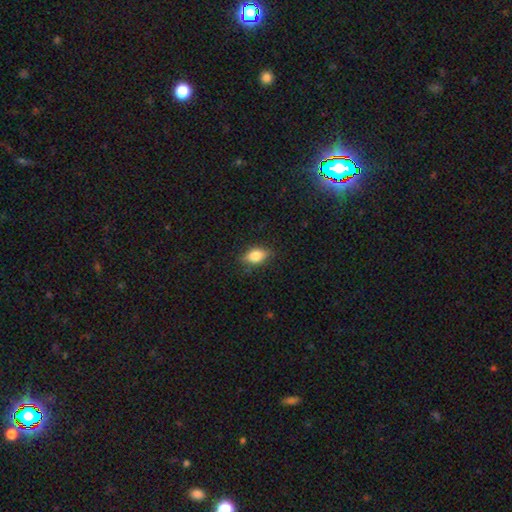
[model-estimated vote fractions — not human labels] Smooth or featured?
  - smooth: 77% *
  - featured or disk: 14%
  - star or artifact: 9%
How rounded?
  - in between: 79% *
  - round: 16%
  - cigar-shaped: 5%
Merging?
  - none: 81% *
  - minor disturbance: 15%
  - major disturbance: 3%
  - merger: 1%